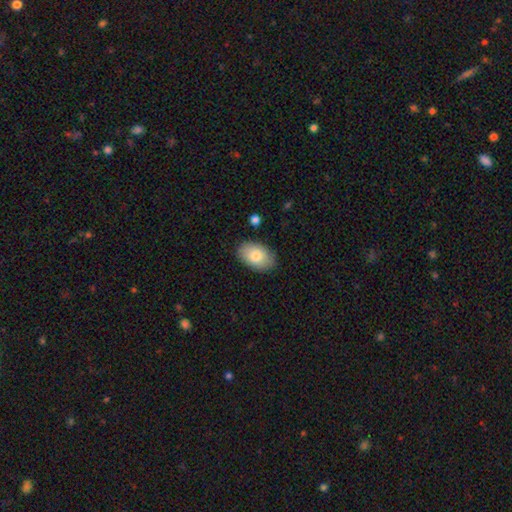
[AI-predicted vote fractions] A smooth galaxy with no disk features (82%) that is in between round and cigar-shaped (92%). Merging: none (85%).